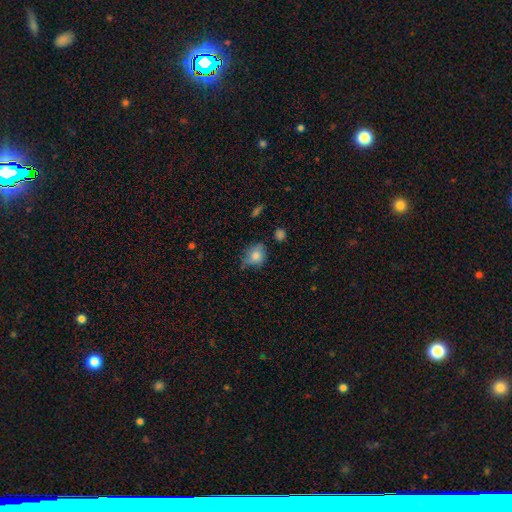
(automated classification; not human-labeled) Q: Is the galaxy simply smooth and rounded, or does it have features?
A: smooth — 78%.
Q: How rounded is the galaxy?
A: round — 56%.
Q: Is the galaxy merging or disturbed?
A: none — 52%.